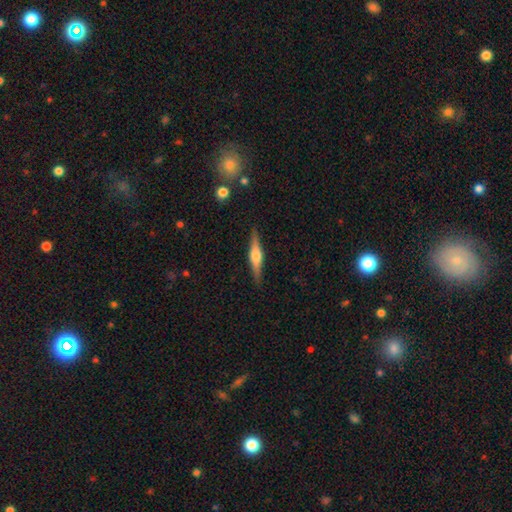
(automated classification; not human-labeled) A featured or disk galaxy (67%) viewed edge-on (97%) with a rounded central bulge (89%). Merging: none (89%).